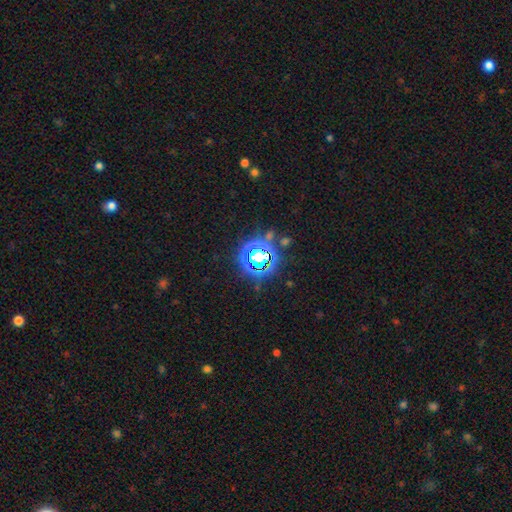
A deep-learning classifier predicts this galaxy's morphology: Q: Smooth or featured?
A: star or artifact (69%); runner-up: smooth (21%)